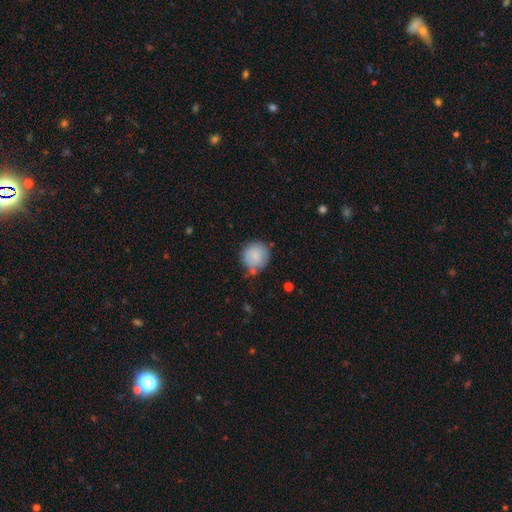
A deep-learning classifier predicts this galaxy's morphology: Smooth or featured: smooth — 85% (featured or disk — 8%)
How rounded: round — 90% (in between — 9%)
Merging: none — 71% (minor disturbance — 19%)